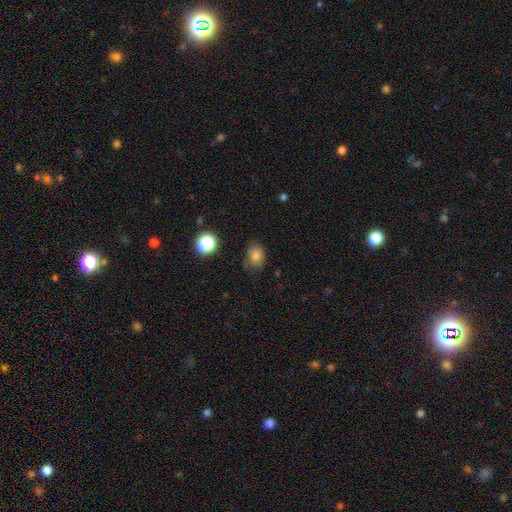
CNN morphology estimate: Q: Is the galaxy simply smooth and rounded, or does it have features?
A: smooth — 78%.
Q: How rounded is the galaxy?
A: in between — 55%.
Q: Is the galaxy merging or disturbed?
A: none — 72%.